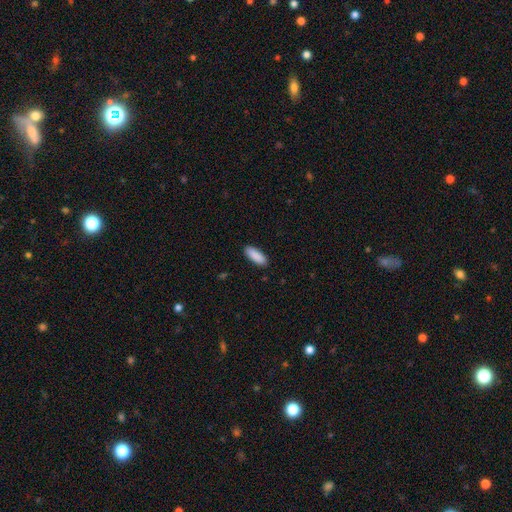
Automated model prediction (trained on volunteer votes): Q: Smooth or featured?
A: smooth (91%); runner-up: star or artifact (6%)
Q: How rounded?
A: in between (73%); runner-up: cigar-shaped (25%)
Q: Merging?
A: none (90%); runner-up: minor disturbance (7%)